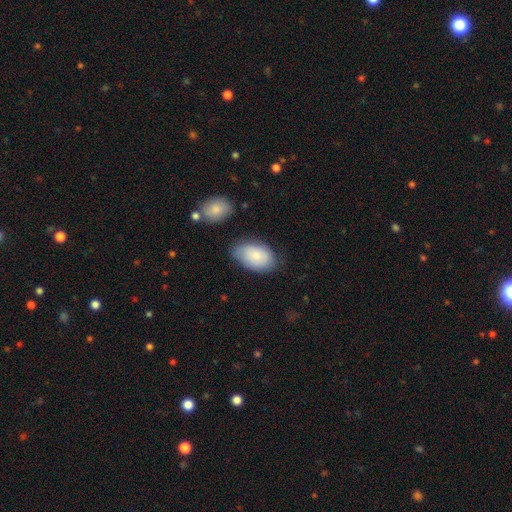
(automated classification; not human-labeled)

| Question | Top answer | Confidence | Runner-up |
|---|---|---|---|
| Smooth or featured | smooth | 83% | featured or disk (11%) |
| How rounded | in between | 93% | round (6%) |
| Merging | none | 65% | minor disturbance (25%) |